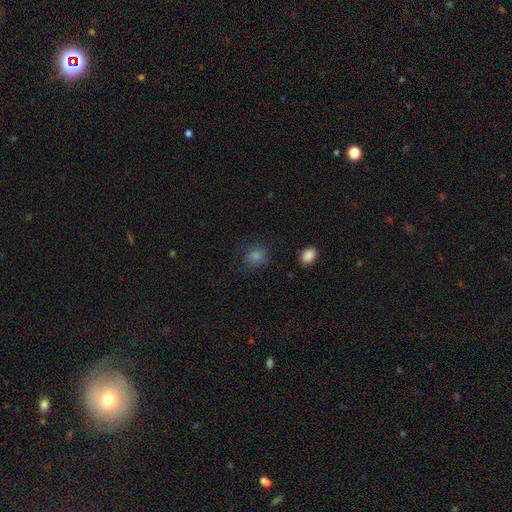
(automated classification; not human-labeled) The model was most divided on "how rounded": round: 74%, in between: 25%, cigar-shaped: 1%. More confident: smooth or featured — smooth (83%); merging — none (75%).